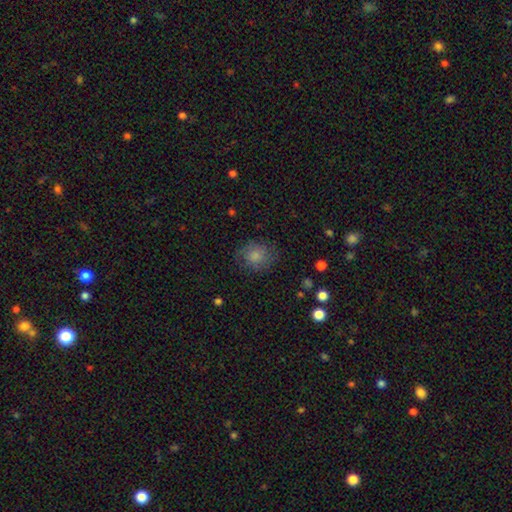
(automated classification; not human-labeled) Smooth or featured: smooth — 73% (featured or disk — 18%)
How rounded: round — 73% (in between — 26%)
Merging: none — 72% (minor disturbance — 19%)